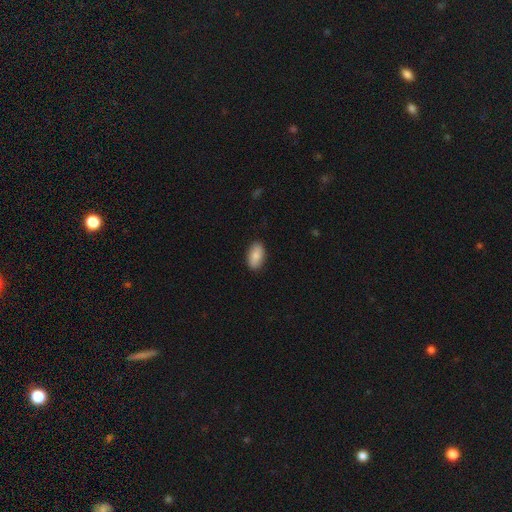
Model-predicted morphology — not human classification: A smooth galaxy with no disk features (82%) that is in between round and cigar-shaped (93%).

Vote fractions:
- Smooth or featured? smooth: 82% / featured or disk: 11% / star or artifact: 6%
- How rounded? in between: 93% / round: 4% / cigar-shaped: 3%
- Merging? none: 88% / minor disturbance: 9% / major disturbance: 2% / merger: 1%